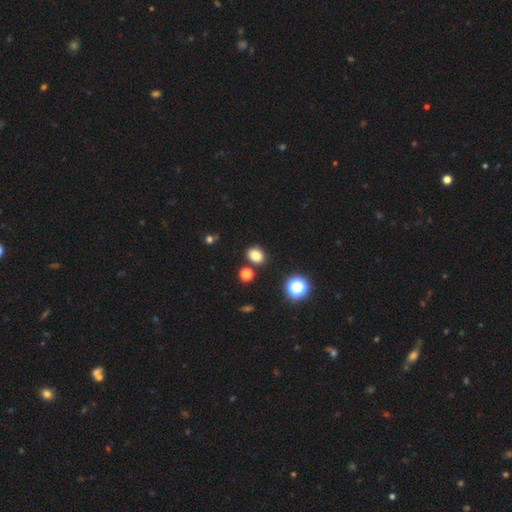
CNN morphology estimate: type=smooth (80%); roundness=in between (55%); merging=none (83%).